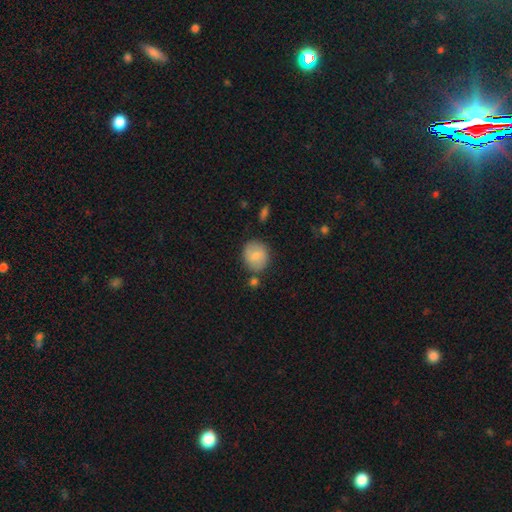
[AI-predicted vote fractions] A smooth galaxy with no disk features (75%) that is round (75%). Merging: none (76%).